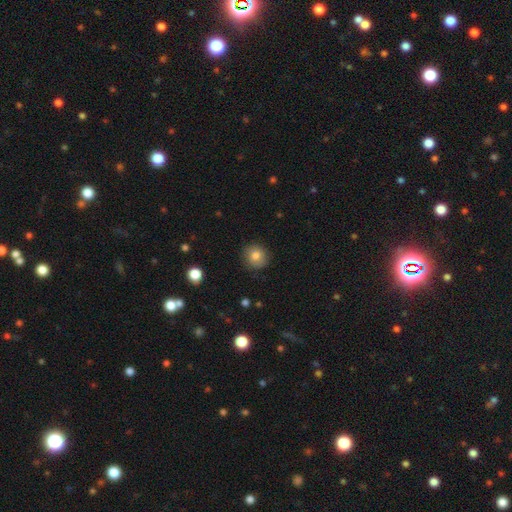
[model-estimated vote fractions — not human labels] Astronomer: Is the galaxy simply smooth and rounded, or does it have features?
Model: smooth — 78%.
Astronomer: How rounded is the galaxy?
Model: round — 89%.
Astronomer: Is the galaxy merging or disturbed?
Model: none — 86%.